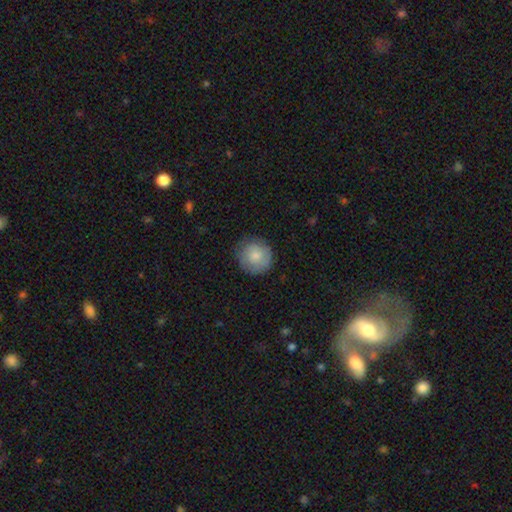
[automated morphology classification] A smooth galaxy with no disk features (79%) that is round (93%). Merging: none (81%).